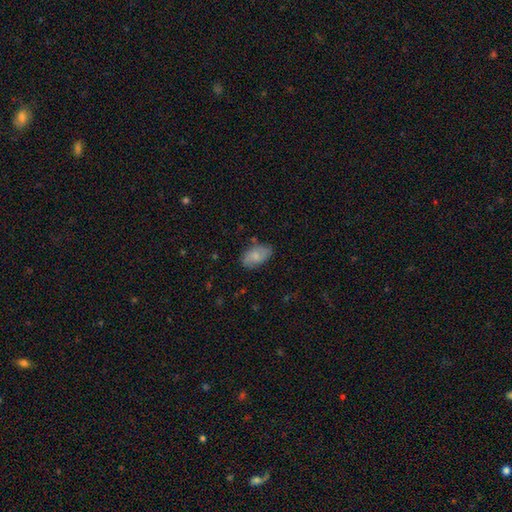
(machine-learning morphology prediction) This appears to be a smooth galaxy with no disk features (72%) that is in between round and cigar-shaped (93%). Merging: none (74%).